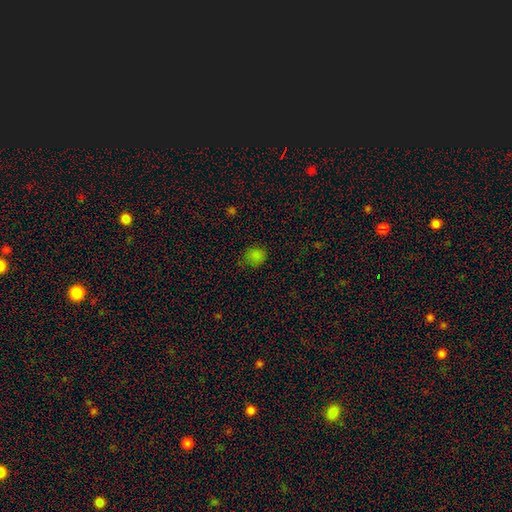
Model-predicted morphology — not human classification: Smooth or featured? smooth (76%)
How rounded? round (75%)
Merging? none (69%)